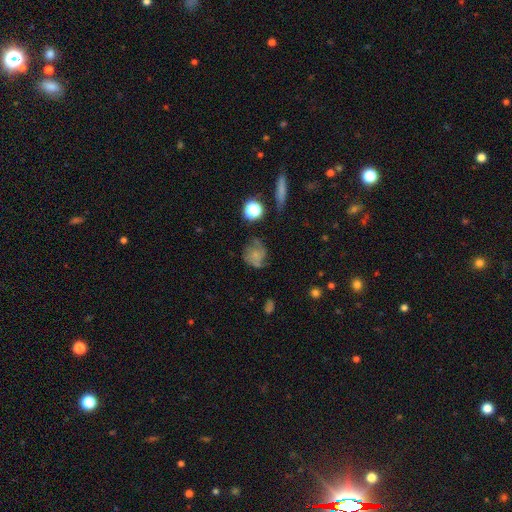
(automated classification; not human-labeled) The model was most divided on "smooth or featured": smooth: 44%, featured or disk: 41%, star or artifact: 14%. More confident: merging — none (53%).